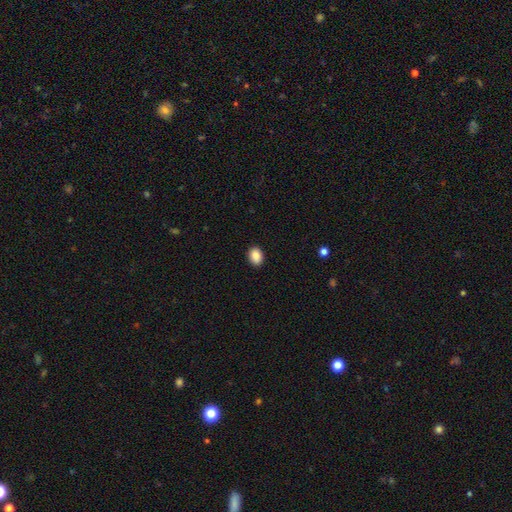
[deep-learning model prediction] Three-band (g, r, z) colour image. It shows a smooth galaxy with no disk features (89%) that is in between round and cigar-shaped (67%). Merging: none (91%).